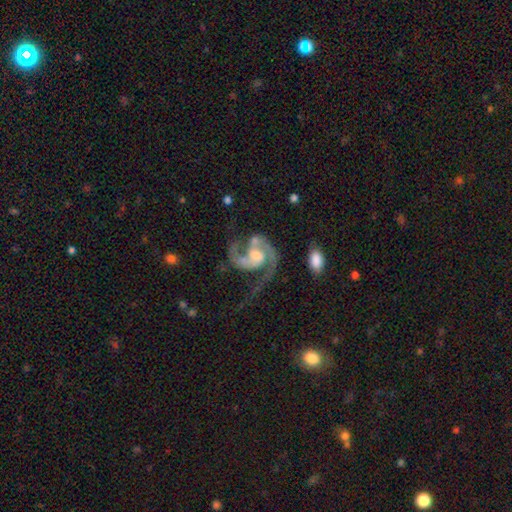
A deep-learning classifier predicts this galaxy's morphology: Smooth or featured? Predicted: featured or disk (p=0.93). Edge-on disk? Predicted: no (p=0.98). Bar? Predicted: no (p=0.47). Spiral arms? Predicted: yes (p=0.98). Spiral winding? Predicted: medium (p=0.59). Spiral arm count? Predicted: 2 (p=0.86). Bulge size? Predicted: moderate (p=0.47). Merging? Predicted: none (p=0.45).